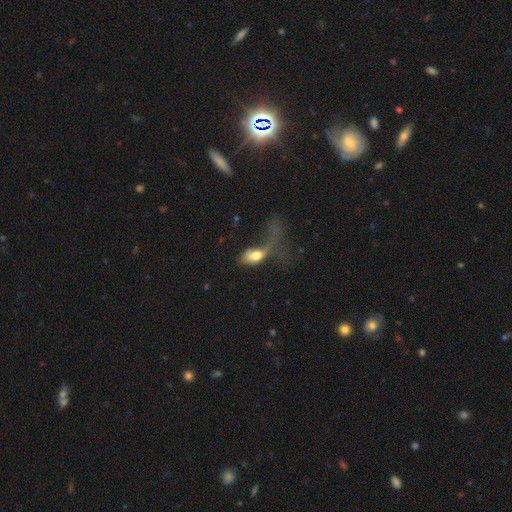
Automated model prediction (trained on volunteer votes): This is likely a smooth galaxy (68%). How rounded: clearly in between (82%). Merging: likely major disturbance (69%).